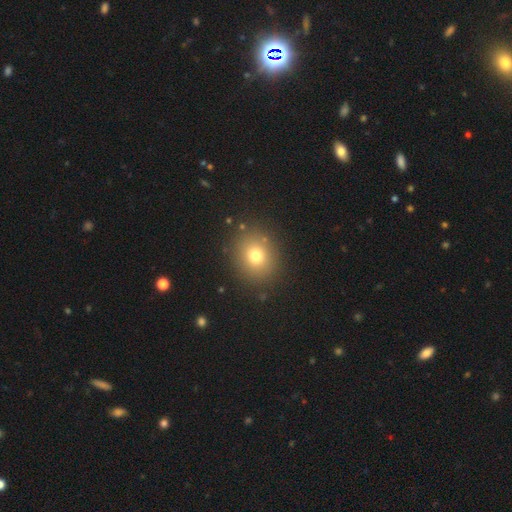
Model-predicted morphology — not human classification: Smooth or featured? smooth (74%)
How rounded? round (74%)
Merging? none (86%)